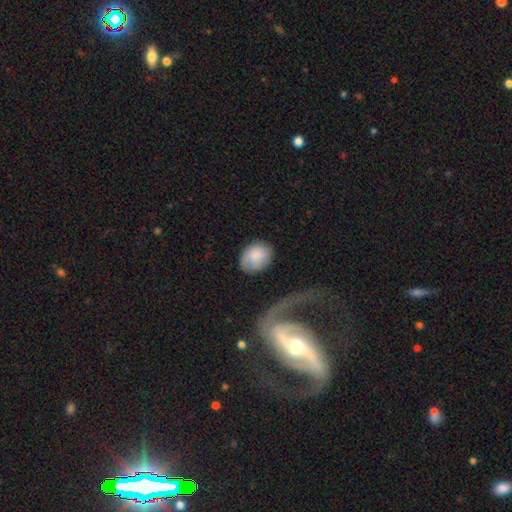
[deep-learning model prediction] A smooth galaxy with no disk features (75%) that is in between round and cigar-shaped (61%). Merging: none (67%).